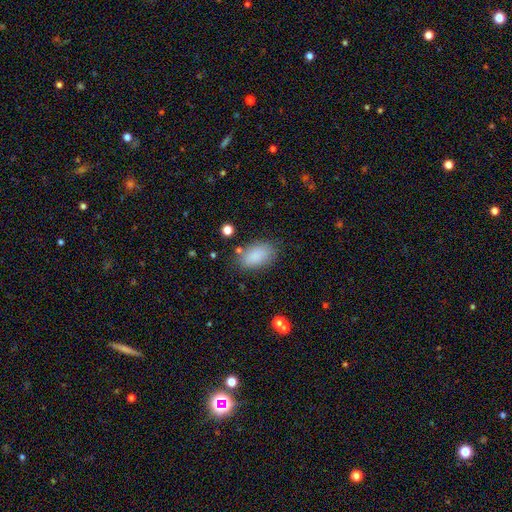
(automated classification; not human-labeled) This is clearly a smooth galaxy (87%). How rounded: clearly in between (92%). Merging: likely none (78%).